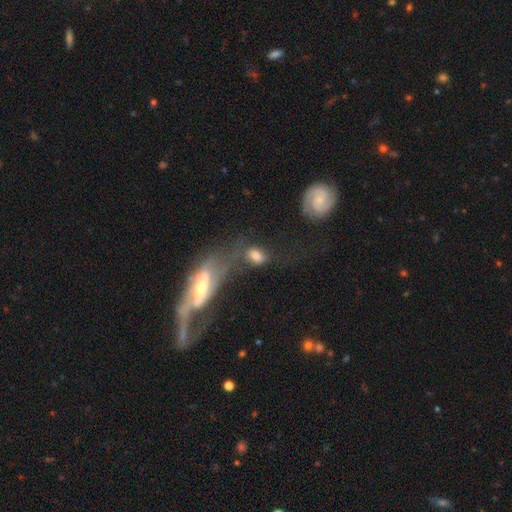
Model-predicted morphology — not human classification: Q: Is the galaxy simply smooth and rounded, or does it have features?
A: smooth — 57%.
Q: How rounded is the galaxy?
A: in between — 73%.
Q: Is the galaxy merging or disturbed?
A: none — 37%.